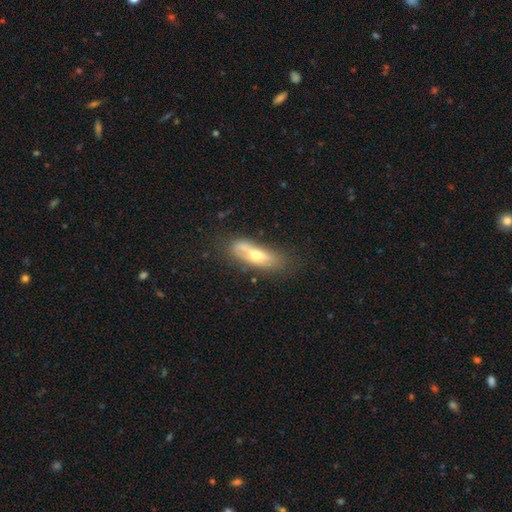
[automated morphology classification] This is possibly a smooth galaxy (46%, tied with featured or disk). Merging: possibly none (55%).